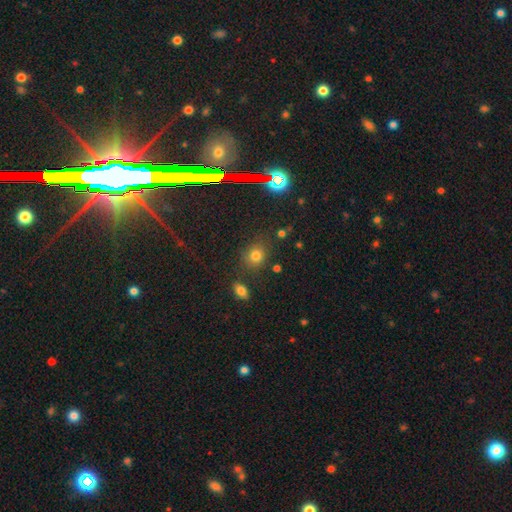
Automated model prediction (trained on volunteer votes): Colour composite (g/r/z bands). It shows a smooth galaxy with no disk features (74%) that is round (71%). Merging: none (77%).